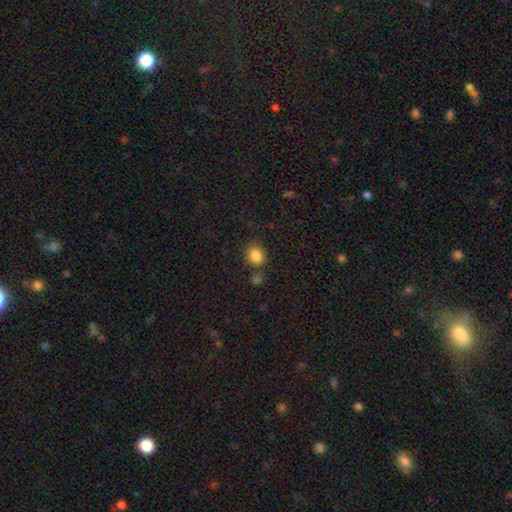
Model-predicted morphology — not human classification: Overall: smooth (85%). How rounded: round (74%). Merging: none (75%).